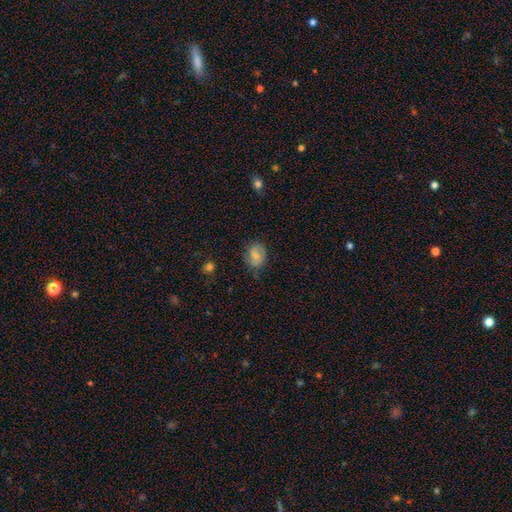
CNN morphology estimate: Q: Smooth or featured?
A: smooth (61%); runner-up: featured or disk (30%)
Q: How rounded?
A: in between (57%); runner-up: round (42%)
Q: Merging?
A: none (74%); runner-up: minor disturbance (20%)